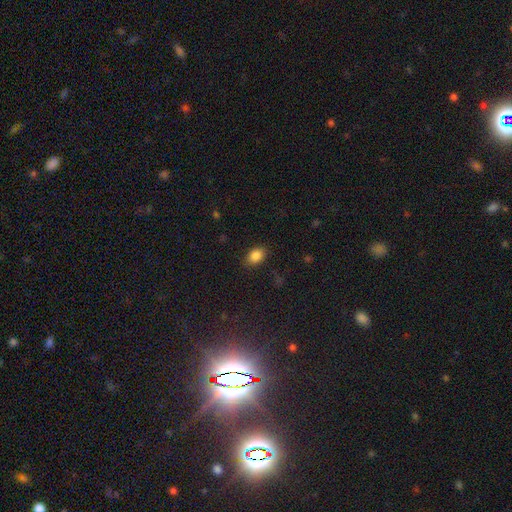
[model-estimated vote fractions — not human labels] A smooth galaxy with no disk features (86%) that is in between round and cigar-shaped (78%).

Vote fractions:
- Smooth or featured? smooth: 86% / star or artifact: 9% / featured or disk: 5%
- How rounded? in between: 78% / round: 21% / cigar-shaped: 1%
- Merging? none: 85% / minor disturbance: 11% / major disturbance: 3% / merger: 1%